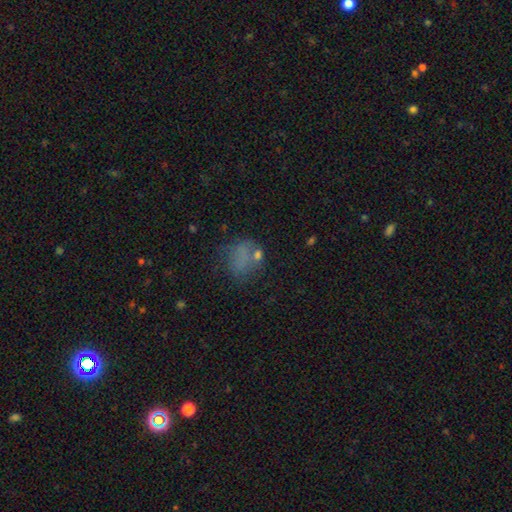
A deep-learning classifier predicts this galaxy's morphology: This is possibly a smooth galaxy (57%). How rounded: possibly round (51%). Merging: possibly none (47%).